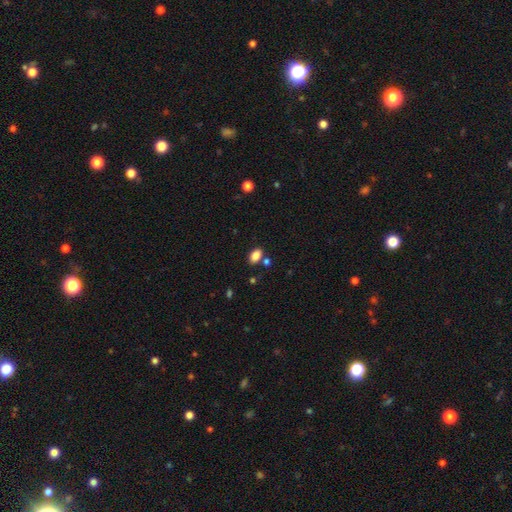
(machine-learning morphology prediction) smooth 85%, star or artifact 9%, featured or disk 6%. Down the decision tree: how rounded — in between (87%); merging — none (75%).